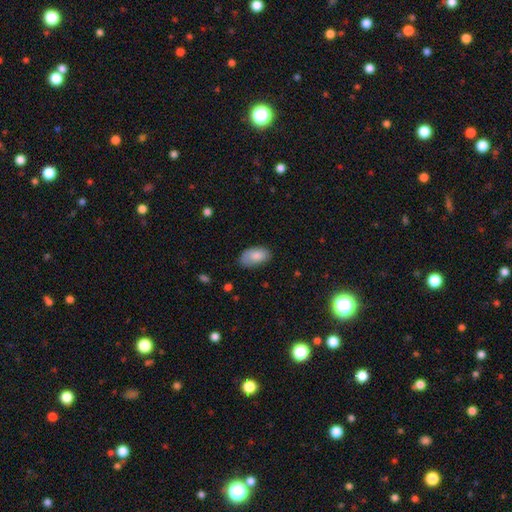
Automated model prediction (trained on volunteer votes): Smooth or featured? Predicted: smooth (p=0.84). How rounded? Predicted: in between (p=0.94). Merging? Predicted: none (p=0.69).